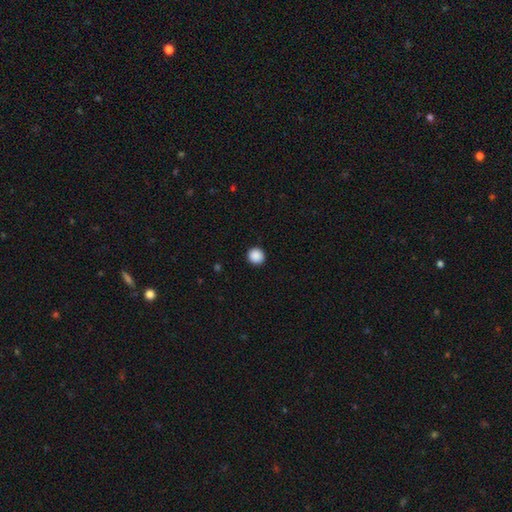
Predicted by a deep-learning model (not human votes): Smooth or featured? Predicted: smooth (p=0.89). How rounded? Predicted: round (p=0.93). Merging? Predicted: none (p=0.93).